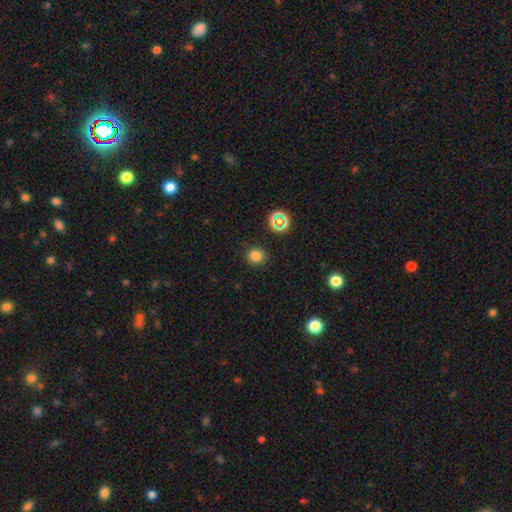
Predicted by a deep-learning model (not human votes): Morphology: type=smooth (77%); roundness=round (89%); merging=none (87%).